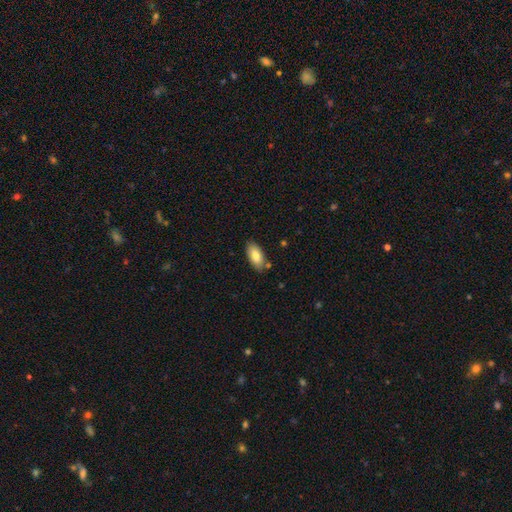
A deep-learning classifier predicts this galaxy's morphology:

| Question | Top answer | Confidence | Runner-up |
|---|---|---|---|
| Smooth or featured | smooth | 80% | featured or disk (13%) |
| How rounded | in between | 91% | cigar-shaped (6%) |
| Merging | none | 79% | minor disturbance (14%) |